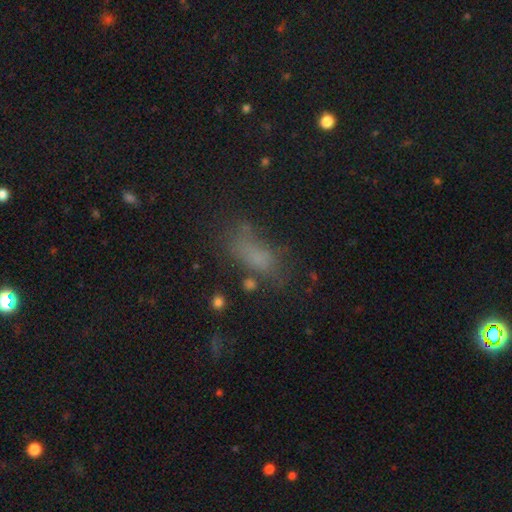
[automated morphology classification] A smooth galaxy with no disk features (63%) that is in between round and cigar-shaped (76%). Merging: none (43%).